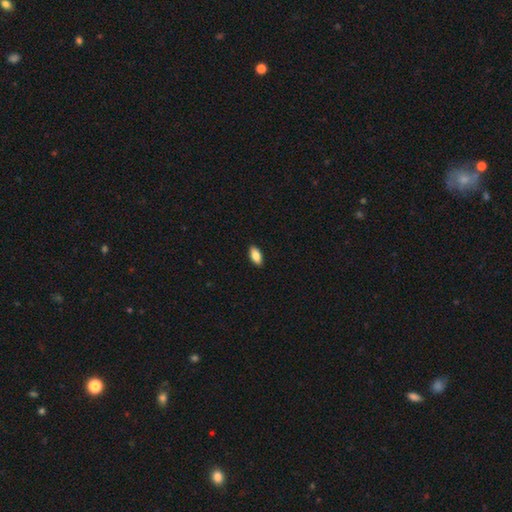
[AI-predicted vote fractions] Smooth or featured?
  - smooth: 85% *
  - featured or disk: 9%
  - star or artifact: 7%
How rounded?
  - in between: 89% *
  - cigar-shaped: 8%
  - round: 3%
Merging?
  - none: 91% *
  - minor disturbance: 7%
  - major disturbance: 1%
  - merger: 1%